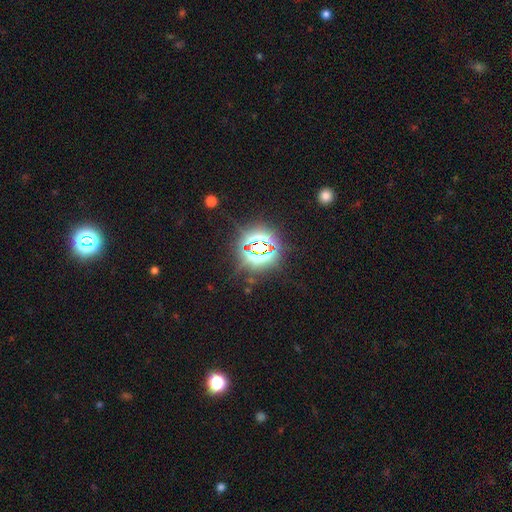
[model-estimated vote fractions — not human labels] The model was most divided on "smooth or featured": star or artifact: 80%, smooth: 12%, featured or disk: 8%.